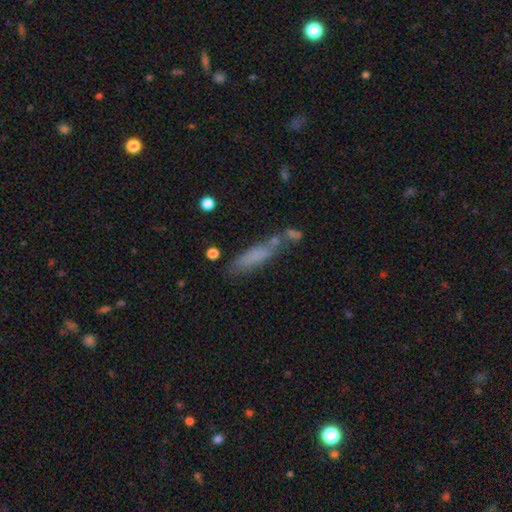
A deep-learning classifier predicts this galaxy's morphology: smooth 69%, featured or disk 21%, star or artifact 10%. Down the decision tree: how rounded — cigar-shaped (74%); merging — none (58%).